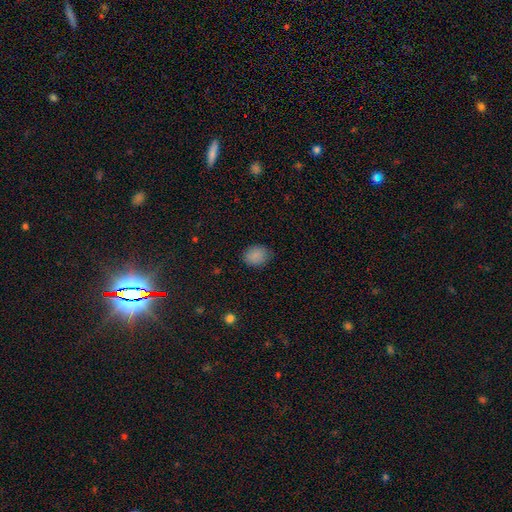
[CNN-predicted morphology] Smooth or featured? smooth (87%)
How rounded? in between (50%)
Merging? none (83%)